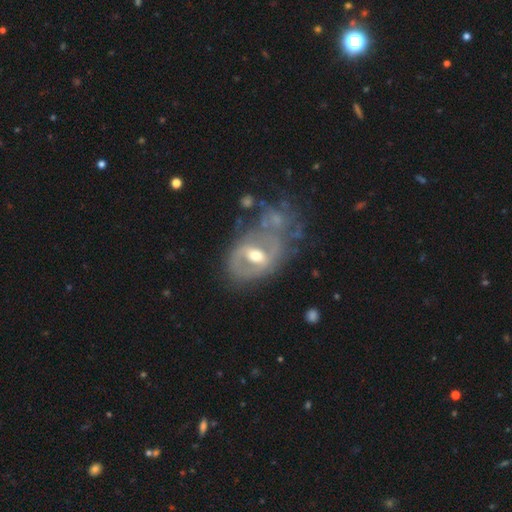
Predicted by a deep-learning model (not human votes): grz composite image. It shows a featured or disk galaxy (74%) with a weak bar (44%), spiral arms (56%) and a moderate central bulge (73%). Merging: none (41%).